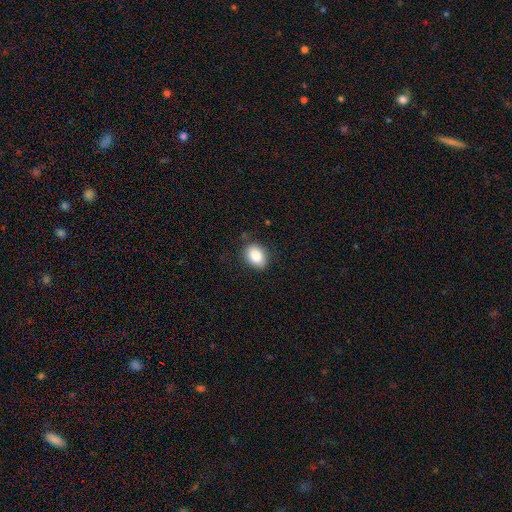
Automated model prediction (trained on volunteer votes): This appears to be a smooth galaxy with no disk features (86%) that is in between round and cigar-shaped (72%). Merging: none (84%).